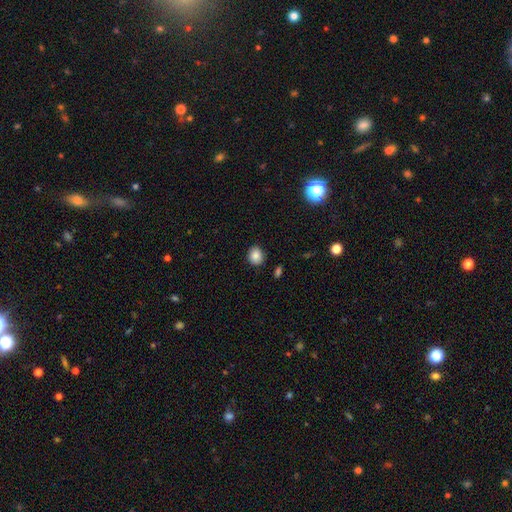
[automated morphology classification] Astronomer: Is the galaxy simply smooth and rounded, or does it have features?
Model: smooth — 86%.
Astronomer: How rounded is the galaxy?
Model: round — 68%.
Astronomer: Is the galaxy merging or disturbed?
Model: none — 86%.